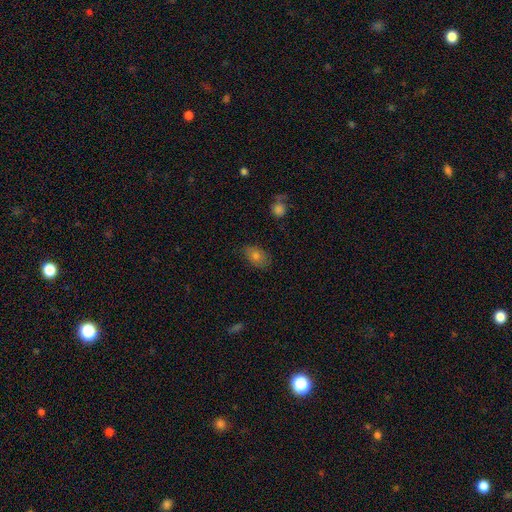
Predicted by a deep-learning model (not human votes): Smooth or featured? smooth (71%)
How rounded? in between (84%)
Merging? none (79%)